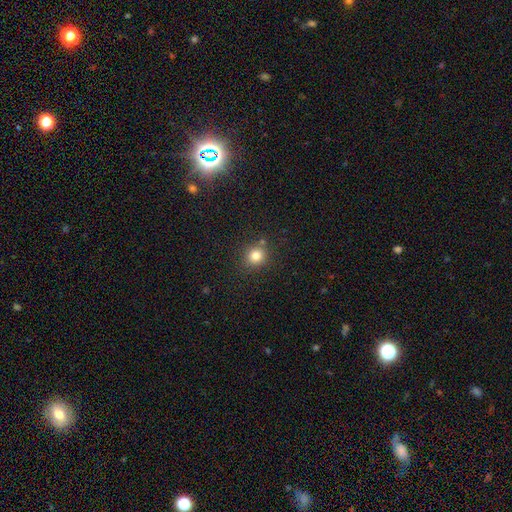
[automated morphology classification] Overall: smooth (81%). How rounded: round (87%). Merging: none (81%).